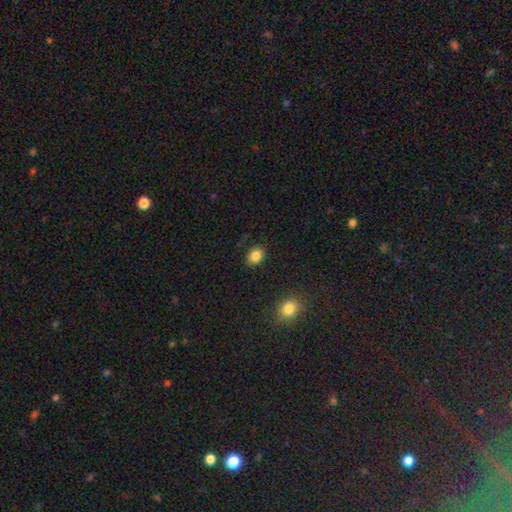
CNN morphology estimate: The model was most divided on "how rounded": in between: 67%, round: 32%, cigar-shaped: 1%. More confident: merging — none (87%); smooth or featured — smooth (85%).